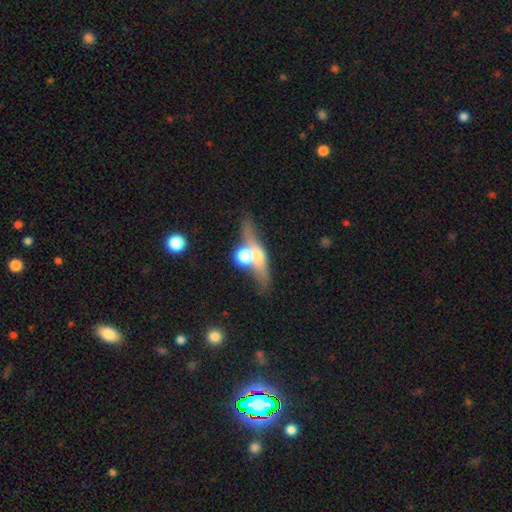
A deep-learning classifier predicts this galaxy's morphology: Smooth or featured? Predicted: featured or disk (p=0.53). Edge-on disk? Predicted: yes (p=0.71). Merging? Predicted: none (p=0.48).